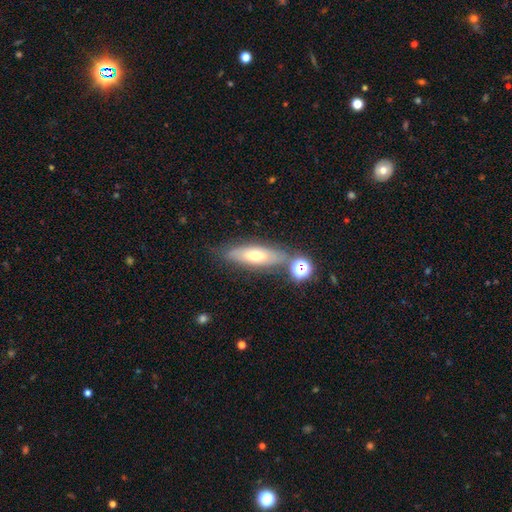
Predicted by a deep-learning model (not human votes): A smooth galaxy with no disk features (49%). Merging: none (71%).